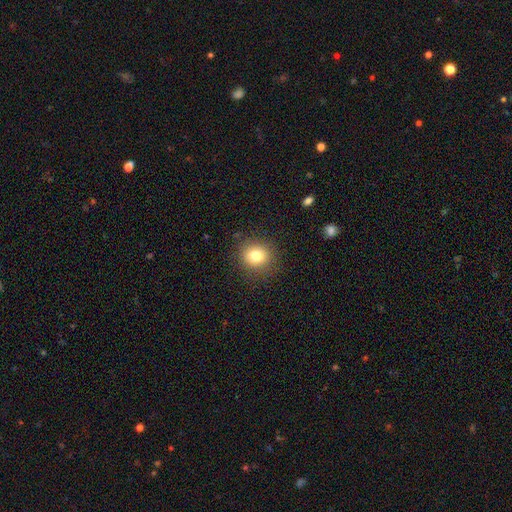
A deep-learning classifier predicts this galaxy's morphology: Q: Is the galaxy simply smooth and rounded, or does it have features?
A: smooth — 80%.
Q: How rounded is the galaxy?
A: round — 78%.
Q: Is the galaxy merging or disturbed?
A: none — 86%.